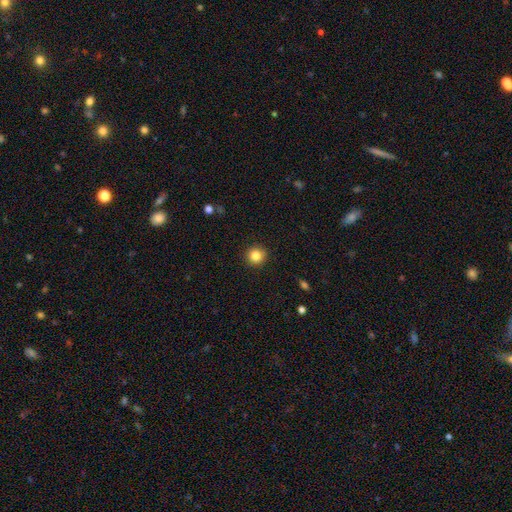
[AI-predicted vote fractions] A smooth galaxy with no disk features (84%) that is round (94%).

Vote fractions:
- Smooth or featured? smooth: 84% / star or artifact: 11% / featured or disk: 5%
- How rounded? round: 94% / in between: 5% / cigar-shaped: 1%
- Merging? none: 92% / minor disturbance: 5% / major disturbance: 2% / merger: 1%